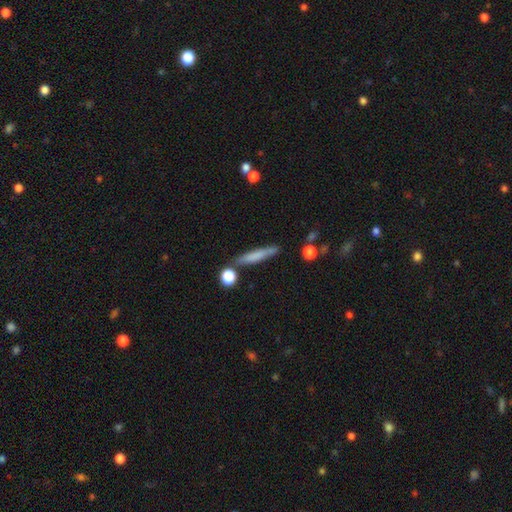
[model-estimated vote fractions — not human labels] This is likely a smooth galaxy (68%). How rounded: clearly cigar-shaped (91%). Merging: likely none (78%).